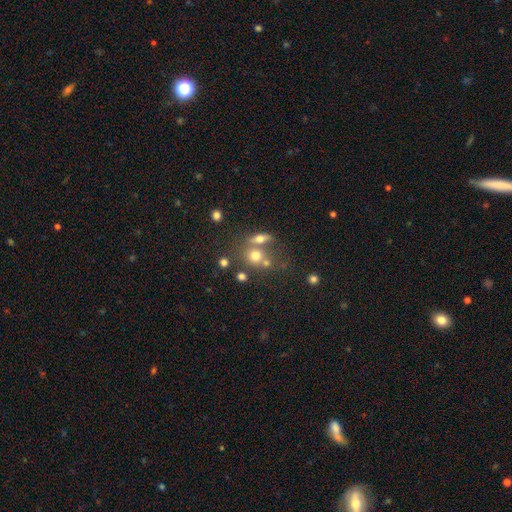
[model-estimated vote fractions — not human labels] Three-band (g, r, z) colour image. It shows a smooth galaxy with no disk features (66%) that is round (66%). Merging: merger (42%, tied with none).